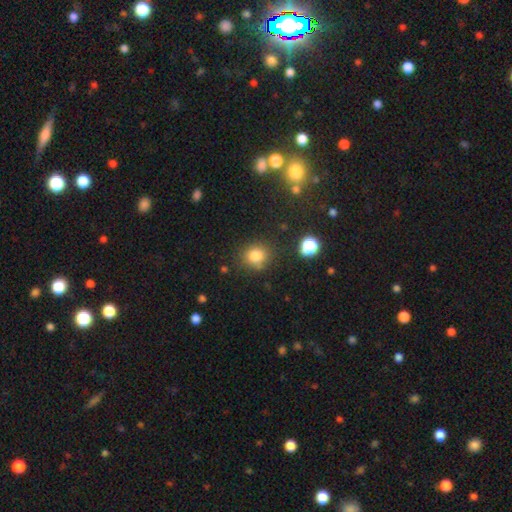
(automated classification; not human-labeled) Smooth or featured: smooth — 80% (star or artifact — 14%)
How rounded: round — 79% (in between — 20%)
Merging: none — 80% (minor disturbance — 12%)